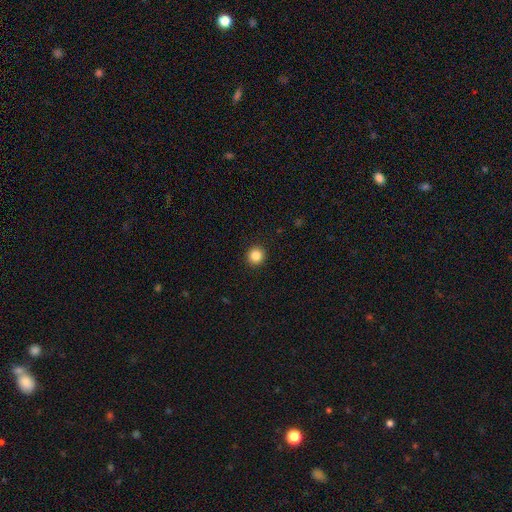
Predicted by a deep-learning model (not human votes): A smooth galaxy with no disk features (85%) that is round (93%).

Vote fractions:
- Smooth or featured? smooth: 85% / star or artifact: 11% / featured or disk: 4%
- How rounded? round: 93% / in between: 6% / cigar-shaped: 1%
- Merging? none: 93% / minor disturbance: 5% / major disturbance: 2% / merger: 1%